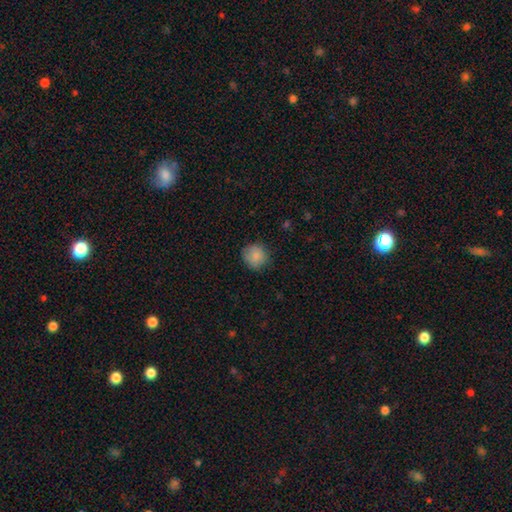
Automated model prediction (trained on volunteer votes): Smooth or featured?
  - smooth: 86% *
  - star or artifact: 9%
  - featured or disk: 6%
How rounded?
  - round: 89% *
  - in between: 10%
  - cigar-shaped: 1%
Merging?
  - none: 81% *
  - minor disturbance: 15%
  - major disturbance: 3%
  - merger: 1%